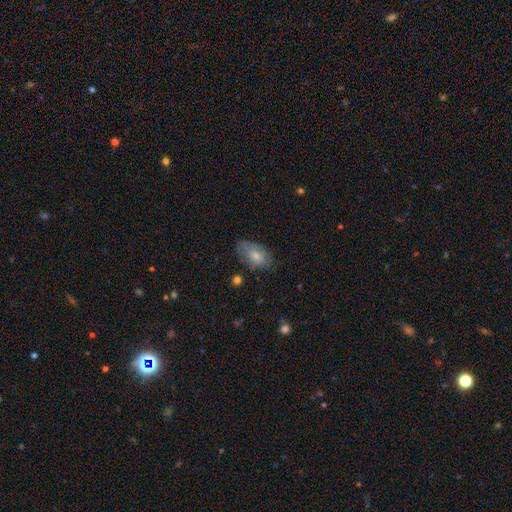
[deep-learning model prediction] Smooth or featured? Predicted: smooth (p=0.73). How rounded? Predicted: in between (p=0.91). Merging? Predicted: none (p=0.64).